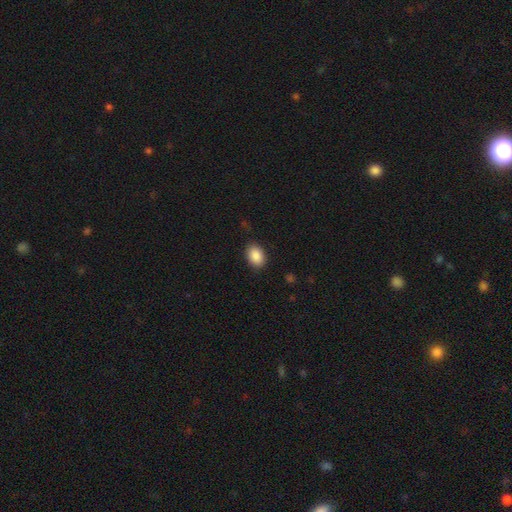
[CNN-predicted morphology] A smooth galaxy with no disk features (88%) that is in between round and cigar-shaped (77%). Merging: none (86%).